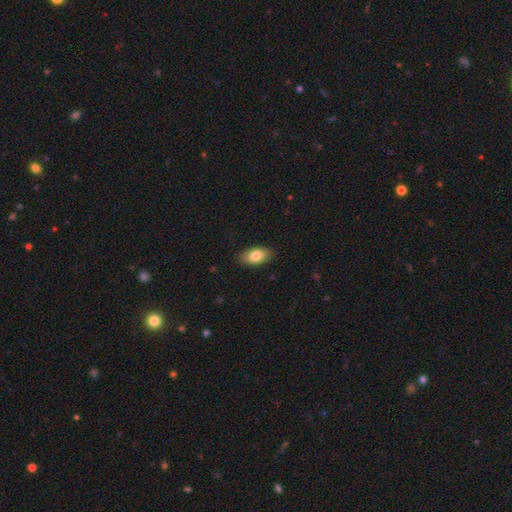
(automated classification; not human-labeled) Smooth or featured?
  - smooth: 82% *
  - featured or disk: 11%
  - star or artifact: 7%
How rounded?
  - in between: 91% *
  - round: 4%
  - cigar-shaped: 4%
Merging?
  - none: 86% *
  - minor disturbance: 11%
  - major disturbance: 2%
  - merger: 1%